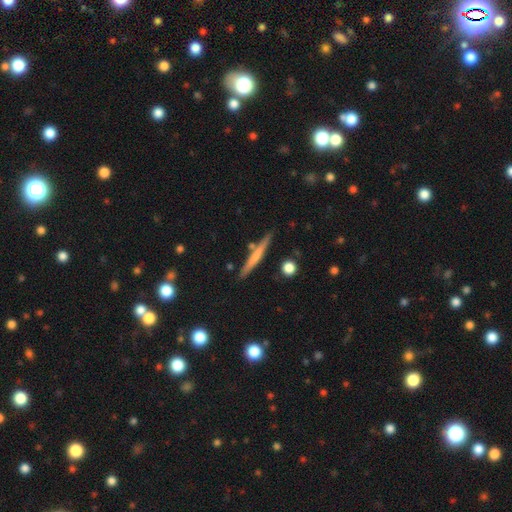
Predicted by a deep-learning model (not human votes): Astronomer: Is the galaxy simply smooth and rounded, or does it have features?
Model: smooth — 56% (runner-up: featured or disk, 38%).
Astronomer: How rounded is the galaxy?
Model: cigar-shaped — 95%.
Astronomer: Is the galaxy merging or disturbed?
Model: none — 84%.